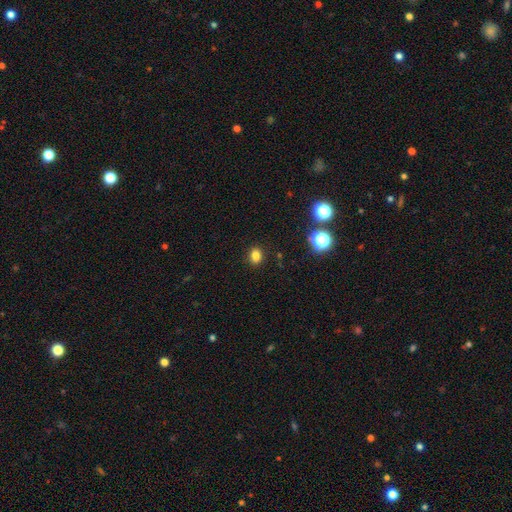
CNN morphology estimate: Smooth or featured?
  - smooth: 81% *
  - star or artifact: 14%
  - featured or disk: 5%
How rounded?
  - in between: 56% *
  - round: 43%
  - cigar-shaped: 1%
Merging?
  - none: 89% *
  - minor disturbance: 7%
  - major disturbance: 2%
  - merger: 1%